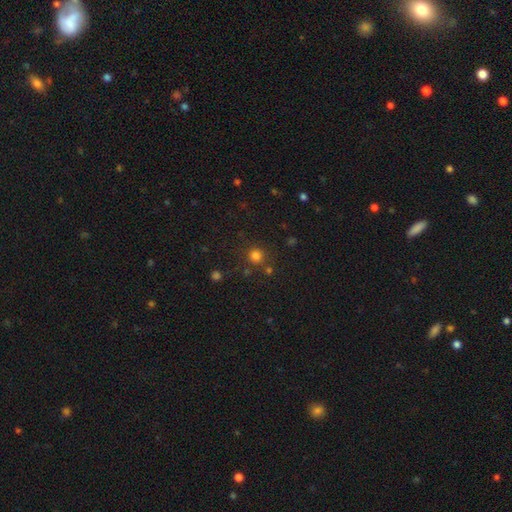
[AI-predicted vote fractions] A smooth galaxy with no disk features (78%) that is round (92%).

Vote fractions:
- Smooth or featured? smooth: 78% / star or artifact: 17% / featured or disk: 5%
- How rounded? round: 92% / in between: 7% / cigar-shaped: 1%
- Merging? none: 79% / minor disturbance: 9% / merger: 8% / major disturbance: 4%